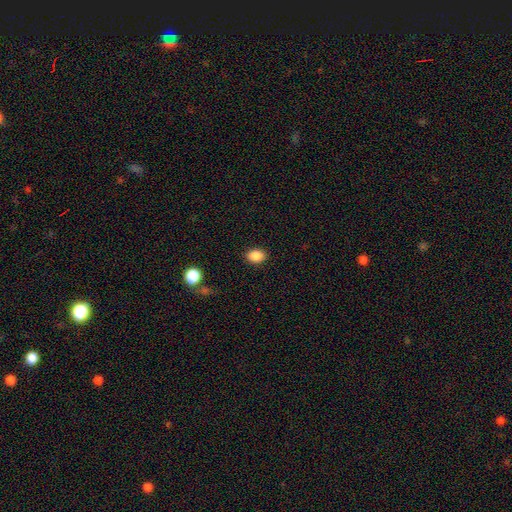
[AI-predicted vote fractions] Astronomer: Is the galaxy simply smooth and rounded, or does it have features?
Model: smooth — 88%.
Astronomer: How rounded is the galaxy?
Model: in between — 68%.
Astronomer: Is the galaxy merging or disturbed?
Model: none — 89%.